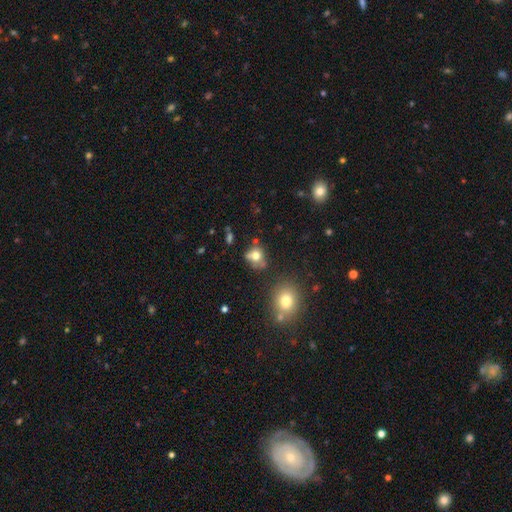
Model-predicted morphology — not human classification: smooth-or-featured: smooth: 71% | featured or disk: 14% | star or artifact: 14%
  how-rounded: round: 70% | in between: 29% | cigar-shaped: 1%
  merging: none: 57% | minor disturbance: 20% | merger: 15% | major disturbance: 8%